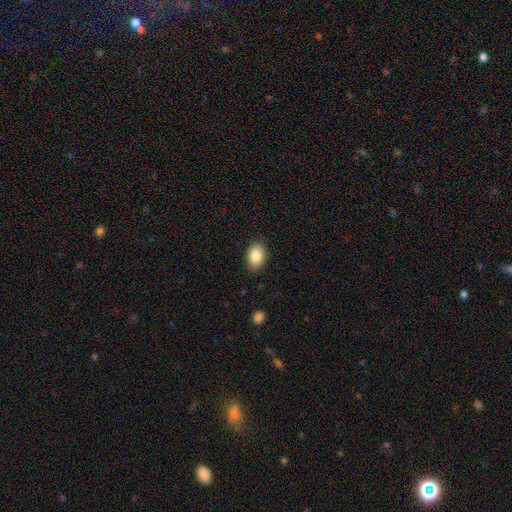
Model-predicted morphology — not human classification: A smooth galaxy with no disk features (87%) that is in between round and cigar-shaped (83%).

Vote fractions:
- Smooth or featured? smooth: 87% / star or artifact: 7% / featured or disk: 6%
- How rounded? in between: 83% / round: 15% / cigar-shaped: 1%
- Merging? none: 87% / minor disturbance: 10% / major disturbance: 2% / merger: 1%